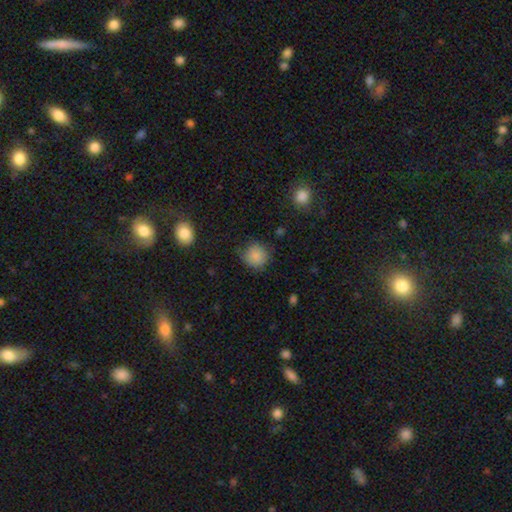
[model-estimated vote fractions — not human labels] Smooth or featured: smooth — 86% (star or artifact — 9%)
How rounded: round — 90% (in between — 9%)
Merging: none — 77% (minor disturbance — 17%)